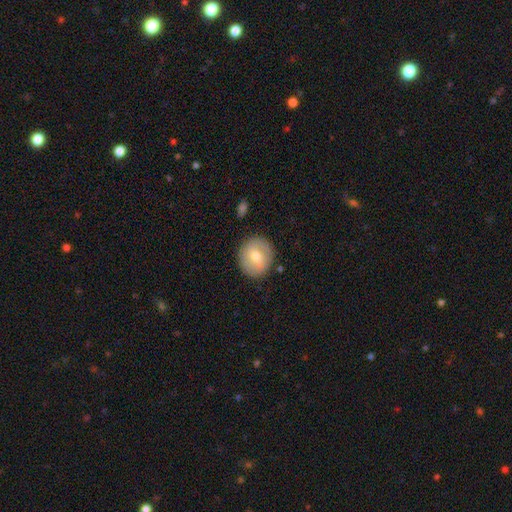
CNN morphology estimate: smooth 65%, featured or disk 28%, star or artifact 7%. Down the decision tree: how rounded — round (76%); merging — none (85%).